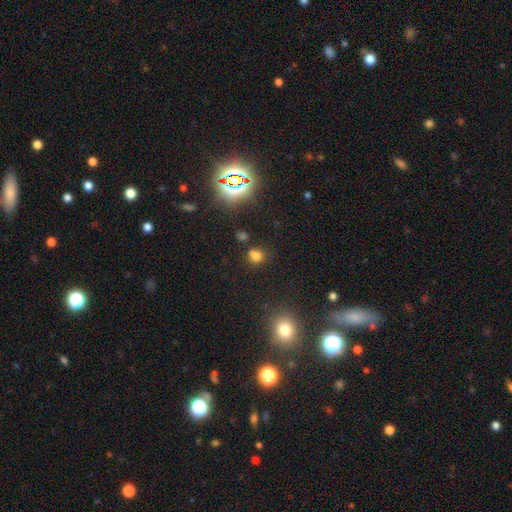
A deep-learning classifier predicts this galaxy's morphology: The model was most divided on "smooth or featured": smooth: 67%, star or artifact: 26%, featured or disk: 7%. More confident: how rounded — round (75%); merging — none (65%).